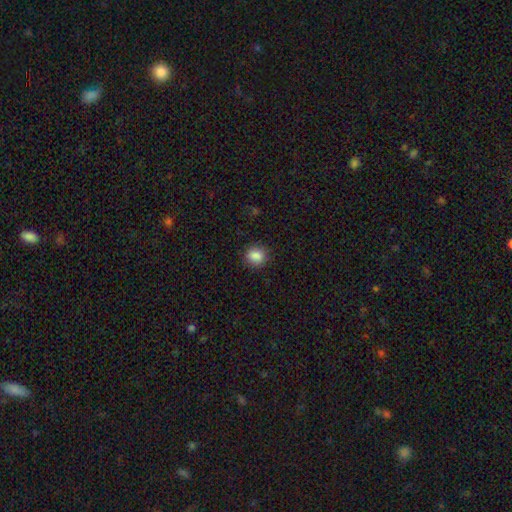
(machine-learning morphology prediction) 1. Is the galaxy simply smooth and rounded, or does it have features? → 86% smooth, 10% star or artifact, 4% featured or disk.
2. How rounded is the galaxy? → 73% round, 26% in between, 1% cigar-shaped.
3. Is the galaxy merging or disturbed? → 86% none, 10% minor disturbance, 3% major disturbance, 1% merger.